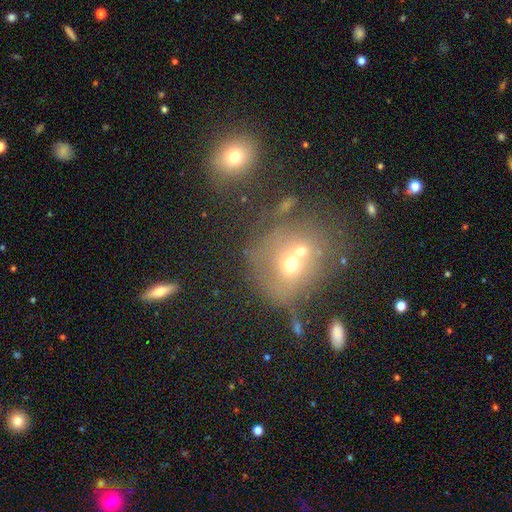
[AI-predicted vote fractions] Morphology: type=smooth (52%); roundness=round (77%); merging=merger (42%).